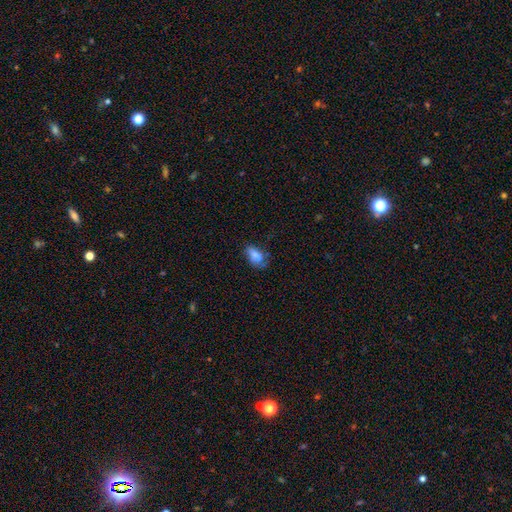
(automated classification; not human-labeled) The model was most divided on "merging": none: 48%, minor disturbance: 31%, major disturbance: 17%, merger: 5%. More confident: how rounded — in between (87%); smooth or featured — smooth (73%).